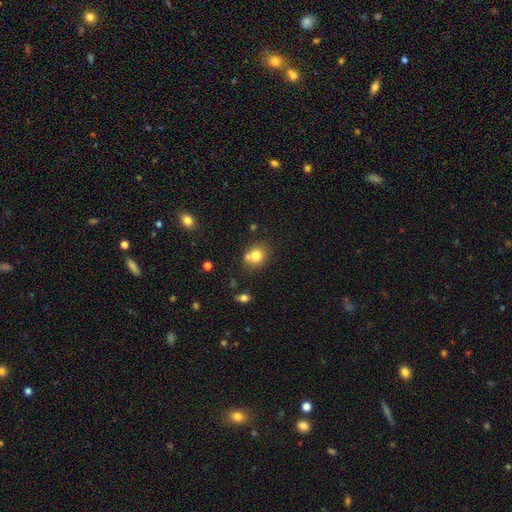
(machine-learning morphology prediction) Overall: smooth (77%). How rounded: round (69%; in between 30%). Merging: none (58%; merger 26%).